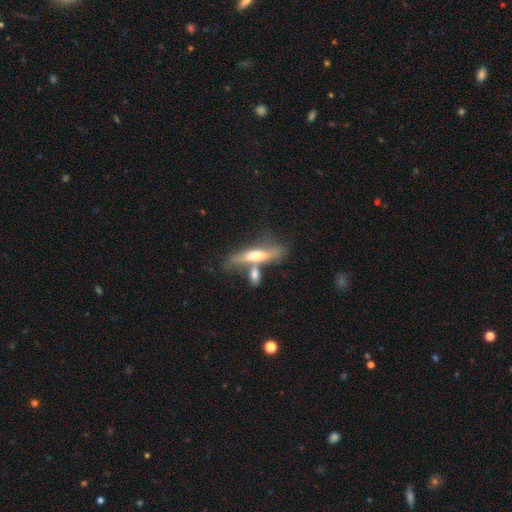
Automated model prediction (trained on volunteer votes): Overall: featured or disk (55%; smooth 38%). Edge-on disk: yes (79%). Merging: none (43%; merger 32%).